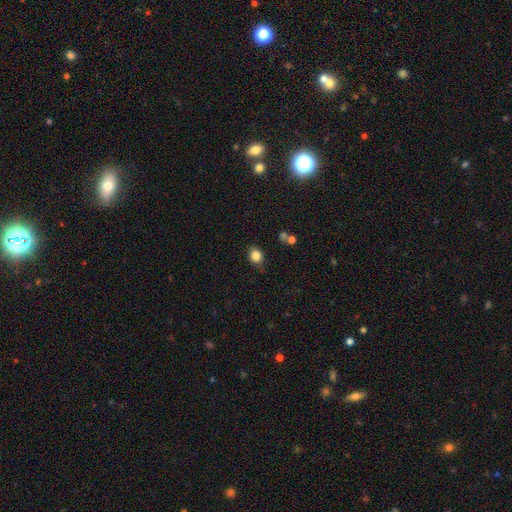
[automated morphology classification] Smooth or featured: smooth — 85% (star or artifact — 10%)
How rounded: round — 52% (in between — 47%)
Merging: none — 81% (minor disturbance — 14%)